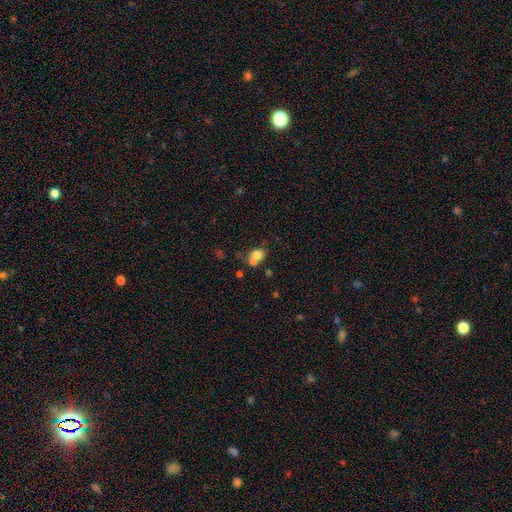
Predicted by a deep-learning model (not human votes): This appears to be a smooth galaxy with no disk features (74%) that is round (67%). Merging: merger (46%).